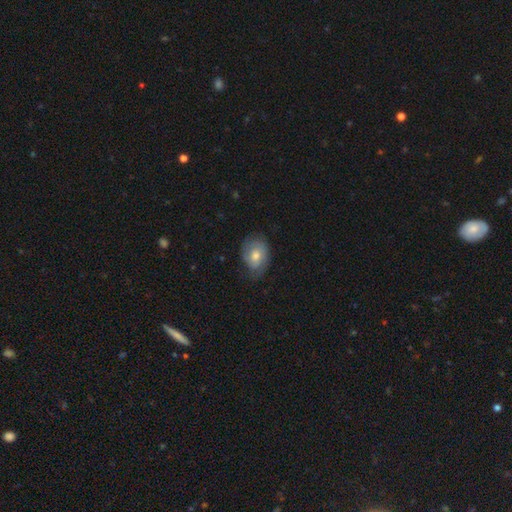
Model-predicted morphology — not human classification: Smooth or featured?
  - smooth: 51% *
  - featured or disk: 40%
  - star or artifact: 9%
How rounded?
  - in between: 63% *
  - round: 35%
  - cigar-shaped: 1%
Merging?
  - none: 67% *
  - minor disturbance: 25%
  - major disturbance: 8%
  - merger: 1%